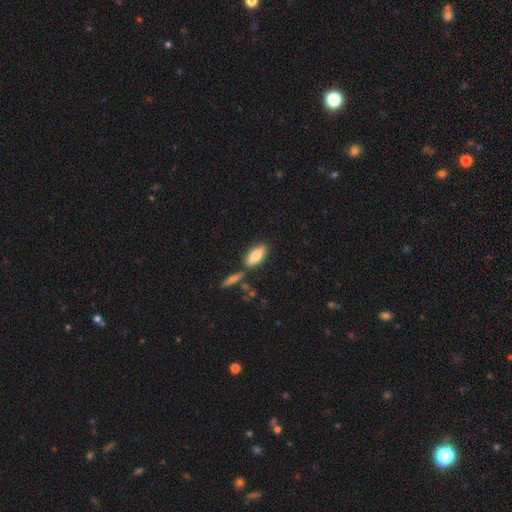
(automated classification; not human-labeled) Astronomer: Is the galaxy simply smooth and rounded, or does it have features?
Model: smooth — 79%.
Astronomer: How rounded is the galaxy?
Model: in between — 79%.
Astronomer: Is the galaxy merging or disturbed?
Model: none — 71%.